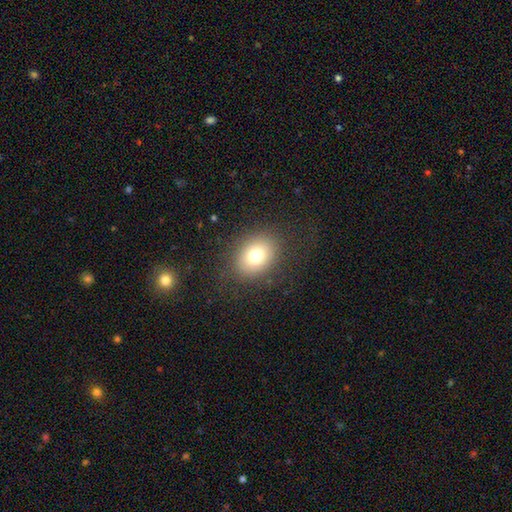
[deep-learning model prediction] smooth_or_featured: smooth (p=0.76) [alt: star or artifact p=0.12]
how_rounded: in between (p=0.58) [alt: round p=0.41]
merging: none (p=0.84) [alt: minor disturbance p=0.10]